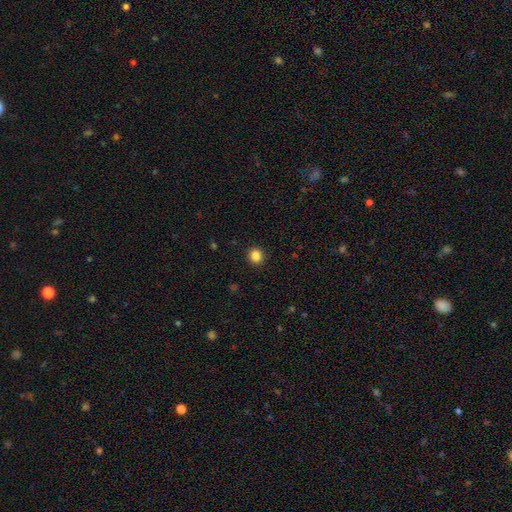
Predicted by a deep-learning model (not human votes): smooth_or_featured: smooth (p=0.86) [alt: star or artifact p=0.11]
how_rounded: round (p=0.83) [alt: in between p=0.16]
merging: none (p=0.92) [alt: minor disturbance p=0.05]